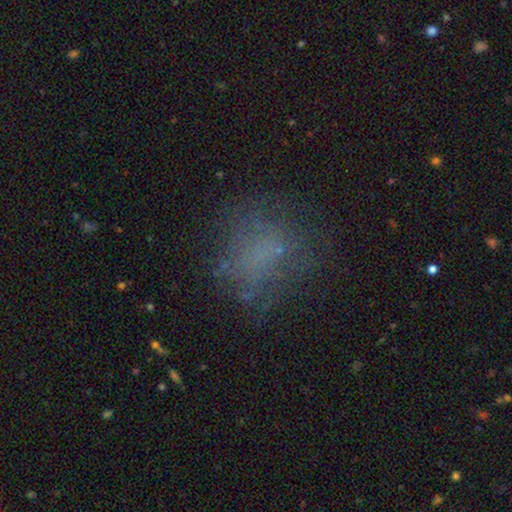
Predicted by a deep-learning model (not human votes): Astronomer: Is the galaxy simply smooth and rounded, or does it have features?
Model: smooth — 50% (runner-up: featured or disk, 26%).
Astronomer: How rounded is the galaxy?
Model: round — 60% (runner-up: in between, 38%).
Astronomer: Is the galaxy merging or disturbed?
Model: none — 63%.